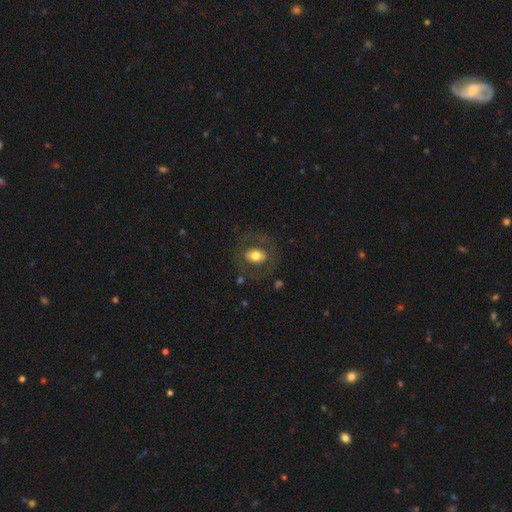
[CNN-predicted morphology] Smooth or featured? Predicted: smooth (p=0.60). How rounded? Predicted: round (p=0.54). Merging? Predicted: none (p=0.77).